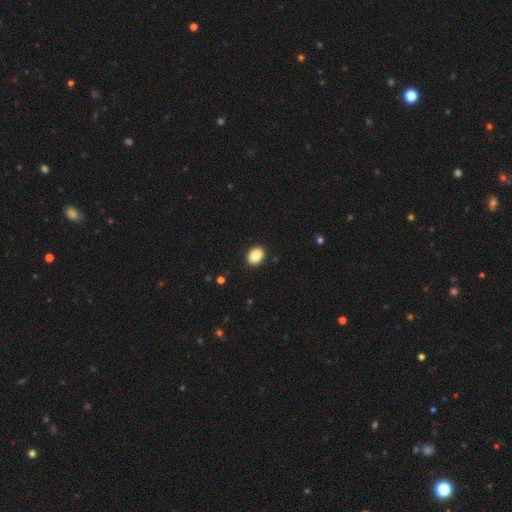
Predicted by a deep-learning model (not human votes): A smooth galaxy with no disk features (88%) that is in between round and cigar-shaped (63%). Merging: none (91%).